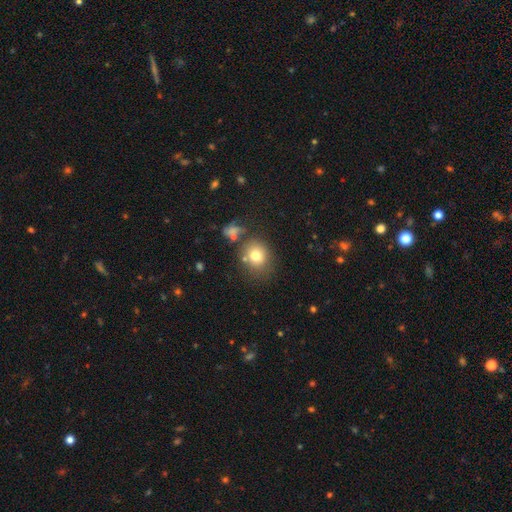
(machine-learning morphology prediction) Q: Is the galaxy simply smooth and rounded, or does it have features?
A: smooth — 77%.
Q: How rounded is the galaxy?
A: round — 71%.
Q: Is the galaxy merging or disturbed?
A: none — 66%.